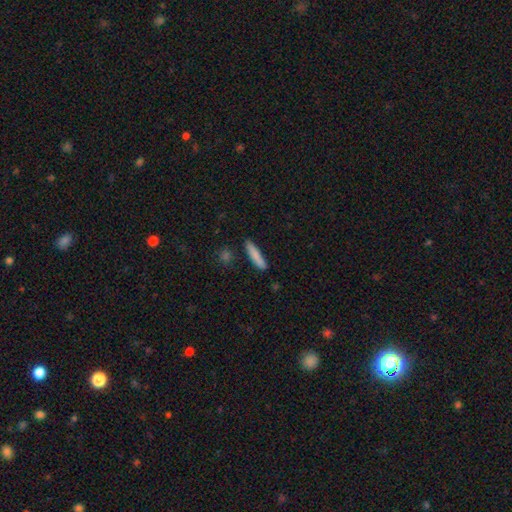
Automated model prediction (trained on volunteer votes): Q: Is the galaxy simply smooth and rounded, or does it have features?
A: smooth — 83%.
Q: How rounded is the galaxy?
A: cigar-shaped — 87%.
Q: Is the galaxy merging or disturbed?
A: none — 84%.